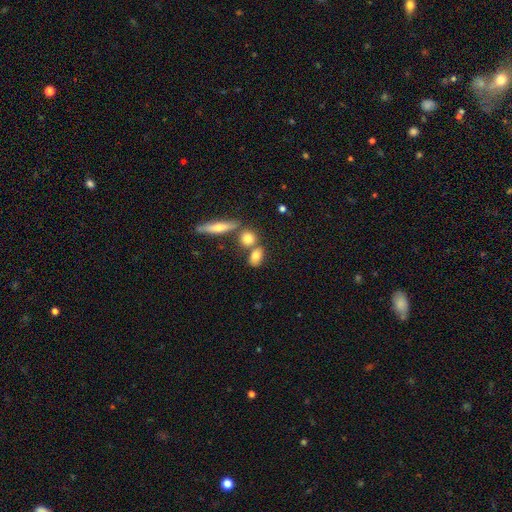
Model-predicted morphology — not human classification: smooth 75%, featured or disk 16%, star or artifact 10%. Down the decision tree: how rounded — in between (64%); merging — none (58%).